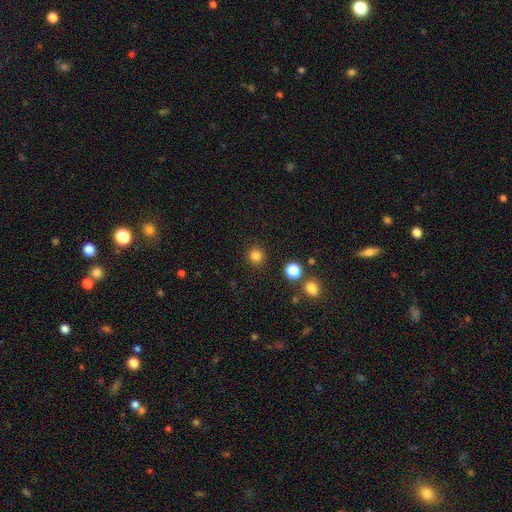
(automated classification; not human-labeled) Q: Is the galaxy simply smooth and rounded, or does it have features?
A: smooth — 83%.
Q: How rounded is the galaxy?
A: round — 94%.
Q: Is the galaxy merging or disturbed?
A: none — 90%.